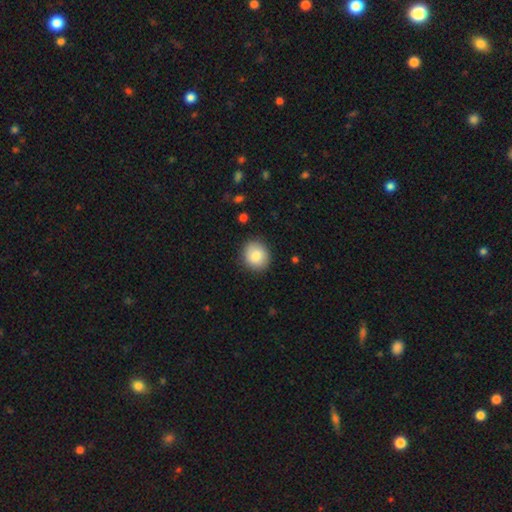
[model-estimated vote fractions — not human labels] Smooth or featured? smooth (83%)
How rounded? round (79%)
Merging? none (87%)